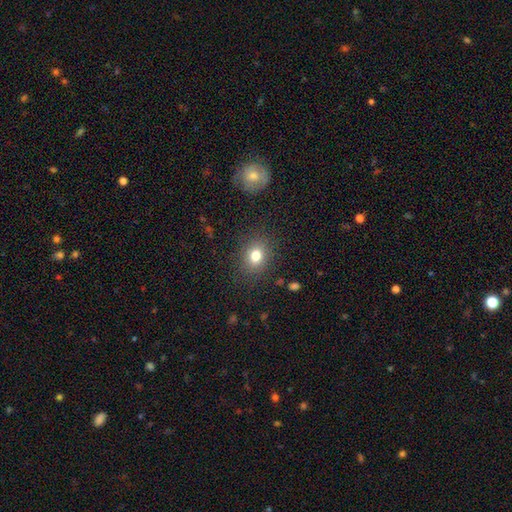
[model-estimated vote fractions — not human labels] Smooth or featured? smooth (78%)
How rounded? round (57%)
Merging? none (85%)